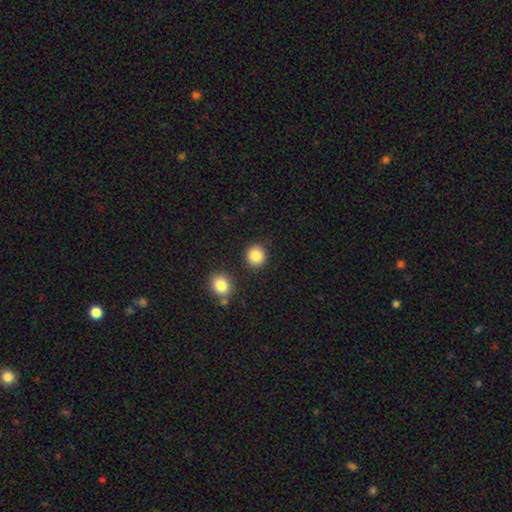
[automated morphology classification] smooth_or_featured: smooth (p=0.87) [alt: star or artifact p=0.09]
how_rounded: round (p=0.90) [alt: in between p=0.09]
merging: none (p=0.87) [alt: minor disturbance p=0.07]